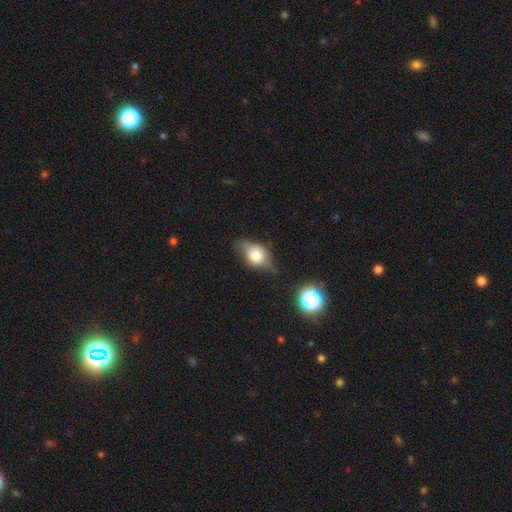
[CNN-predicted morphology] smooth-or-featured: smooth: 55% | featured or disk: 34% | star or artifact: 11%
  how-rounded: in between: 59% | round: 36% | cigar-shaped: 4%
  merging: none: 50% | minor disturbance: 33% | major disturbance: 13% | merger: 4%